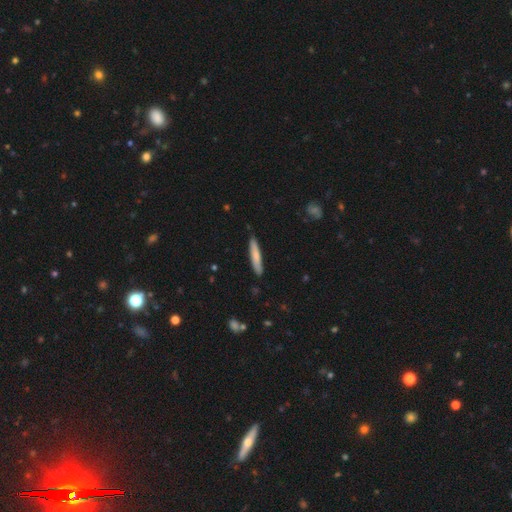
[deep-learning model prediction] Morphology: type=smooth (75%); roundness=cigar-shaped (92%); merging=none (88%).